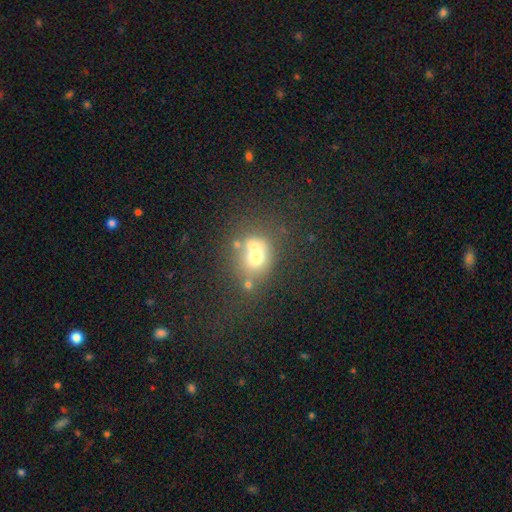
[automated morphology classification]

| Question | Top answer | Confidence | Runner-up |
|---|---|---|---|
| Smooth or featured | smooth | 62% | featured or disk (22%) |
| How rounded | round | 68% | in between (31%) |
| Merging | merger | 44% | none (37%) |